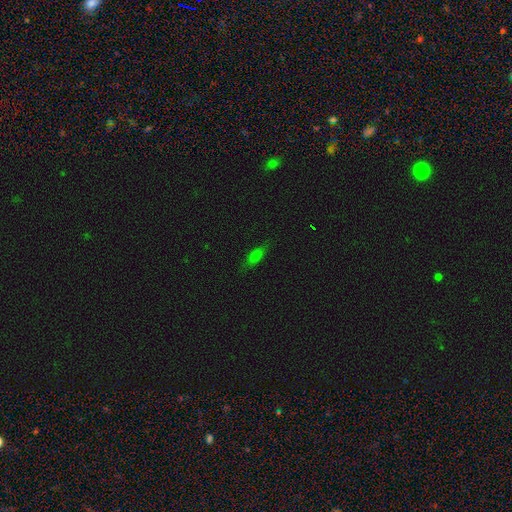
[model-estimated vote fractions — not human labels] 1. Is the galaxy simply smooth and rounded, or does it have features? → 69% smooth, 16% star or artifact, 15% featured or disk.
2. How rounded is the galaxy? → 62% in between, 33% cigar-shaped, 4% round.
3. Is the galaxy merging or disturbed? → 78% none, 17% minor disturbance, 4% major disturbance, 1% merger.